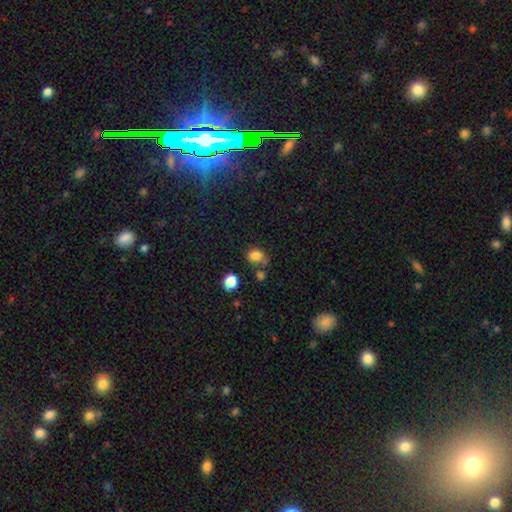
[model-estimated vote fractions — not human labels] The model was most divided on "how rounded": round: 52%, in between: 47%, cigar-shaped: 1%. More confident: smooth or featured — smooth (80%); merging — none (62%).